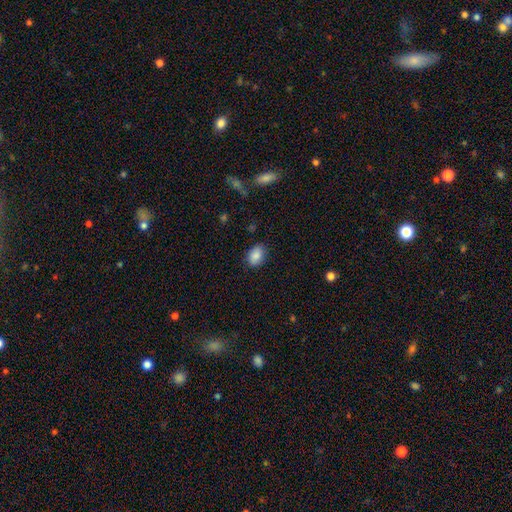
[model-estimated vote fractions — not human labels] Smooth or featured: smooth — 87% (star or artifact — 8%)
How rounded: in between — 84% (round — 15%)
Merging: none — 84% (minor disturbance — 12%)